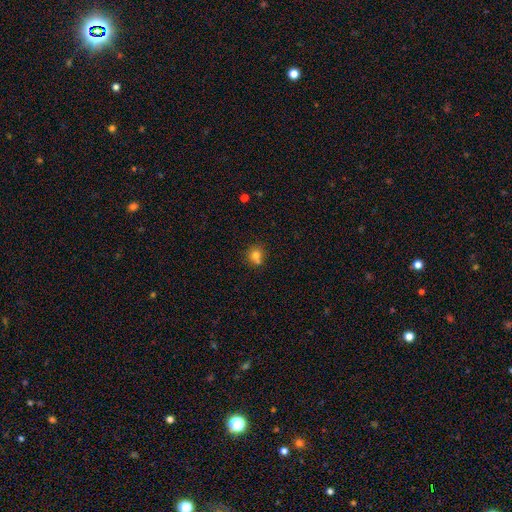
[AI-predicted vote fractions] This appears to be a smooth galaxy with no disk features (77%) that is round (82%). Merging: none (55%).